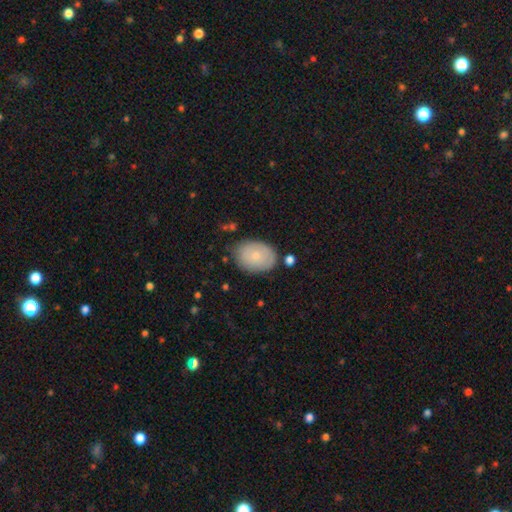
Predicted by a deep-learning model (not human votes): The model was most divided on "smooth or featured": smooth: 76%, featured or disk: 17%, star or artifact: 7%. More confident: how rounded — in between (80%); merging — none (77%).